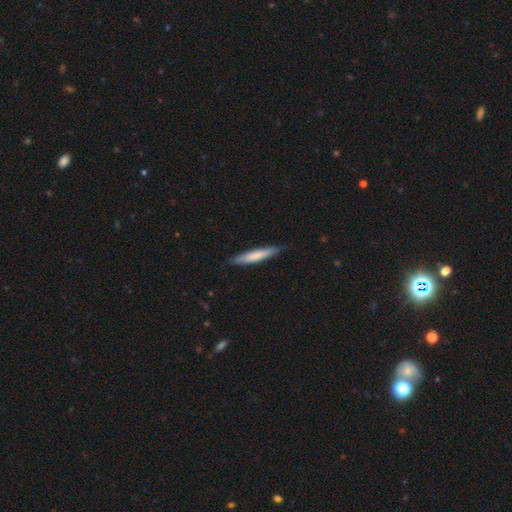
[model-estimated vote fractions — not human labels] This appears to be a smooth galaxy with no disk features (73%) that is cigar-shaped (91%). Merging: none (85%).